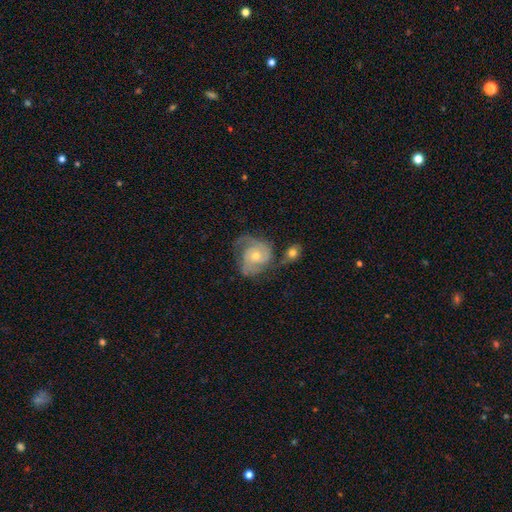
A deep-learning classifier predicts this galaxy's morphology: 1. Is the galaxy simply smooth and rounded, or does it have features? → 83% featured or disk, 11% smooth, 5% star or artifact.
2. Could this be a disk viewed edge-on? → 98% no, 2% yes.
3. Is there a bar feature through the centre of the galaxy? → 72% no, 25% weak, 3% strong.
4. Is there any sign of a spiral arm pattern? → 96% yes, 4% no.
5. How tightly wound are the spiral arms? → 44% medium, 43% tight, 13% loose.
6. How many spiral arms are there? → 56% 2, 21% 3, 12% can't tell, 4% 1, 4% 4, 3% more than 4.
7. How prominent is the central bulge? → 50% moderate, 45% small, 2% large, 2% none, 1% dominant.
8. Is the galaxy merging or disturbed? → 50% none, 23% minor disturbance, 15% major disturbance, 12% merger.